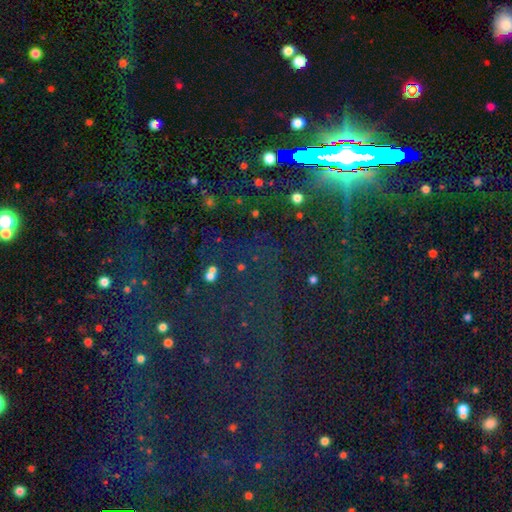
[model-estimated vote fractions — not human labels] This is clearly a star or artifact rather than a galaxy (82%).